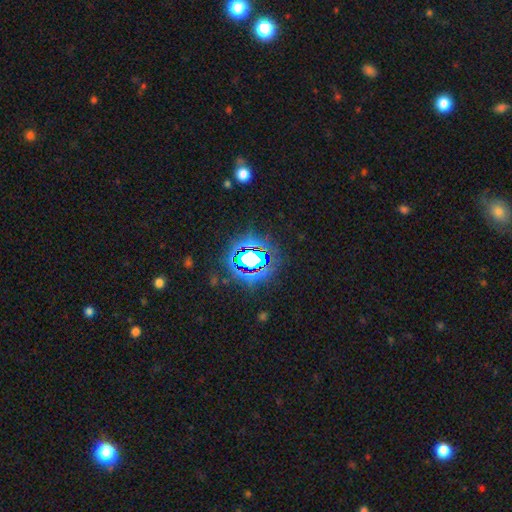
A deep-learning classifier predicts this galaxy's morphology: type=star or artifact (76%).